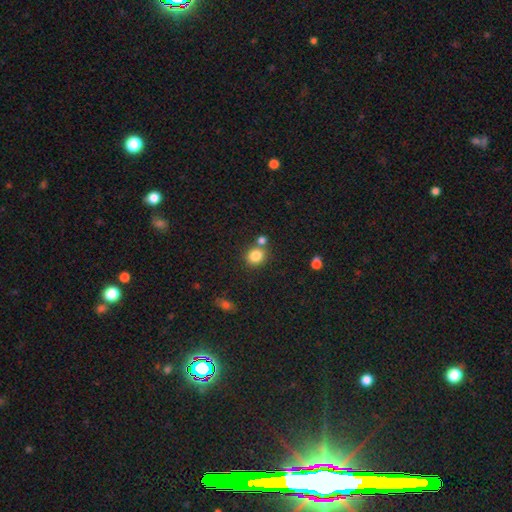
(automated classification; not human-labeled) Morphology: type=smooth (83%); roundness=round (72%); merging=none (66%).